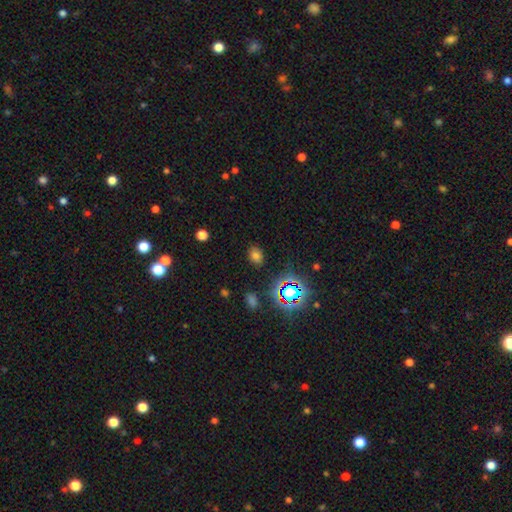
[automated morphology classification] A smooth galaxy with no disk features (69%) that is in between round and cigar-shaped (66%). Merging: none (85%).